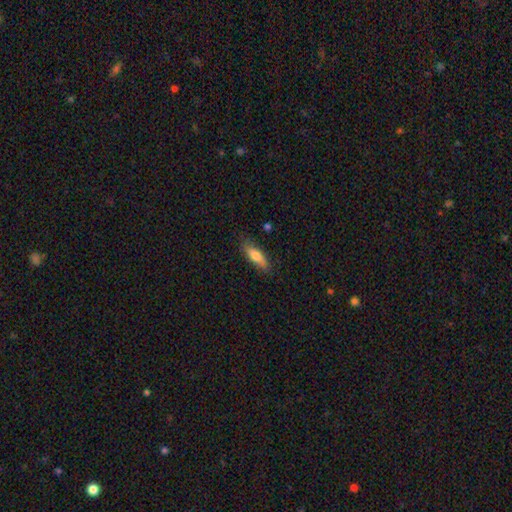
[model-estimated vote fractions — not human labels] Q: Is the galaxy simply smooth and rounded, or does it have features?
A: smooth — 75%.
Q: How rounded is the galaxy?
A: in between — 51%.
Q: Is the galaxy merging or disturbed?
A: none — 81%.